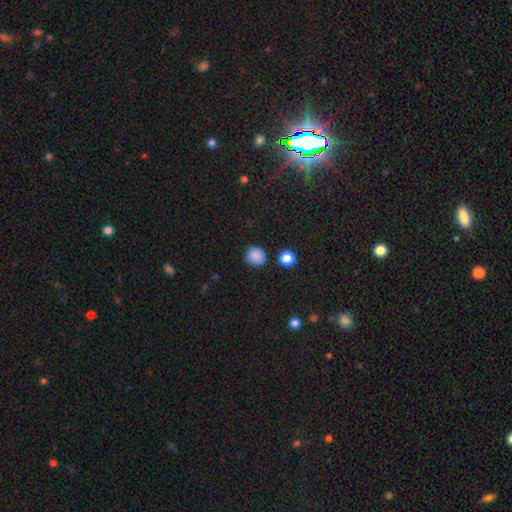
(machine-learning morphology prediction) Overall: smooth (86%). How rounded: round (86%). Merging: none (86%).